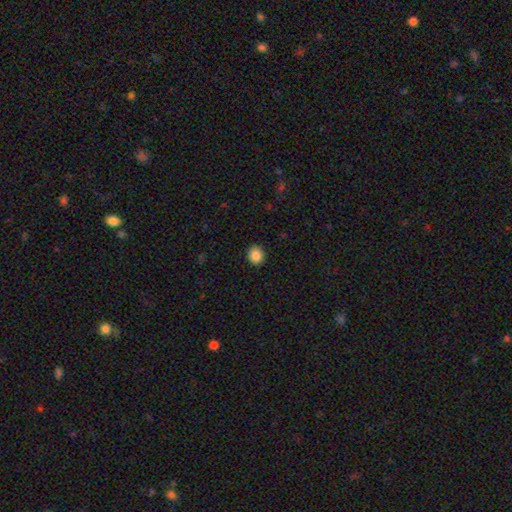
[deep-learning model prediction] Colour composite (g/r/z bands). It shows a smooth galaxy with no disk features (87%) that is round (74%). Merging: none (91%).